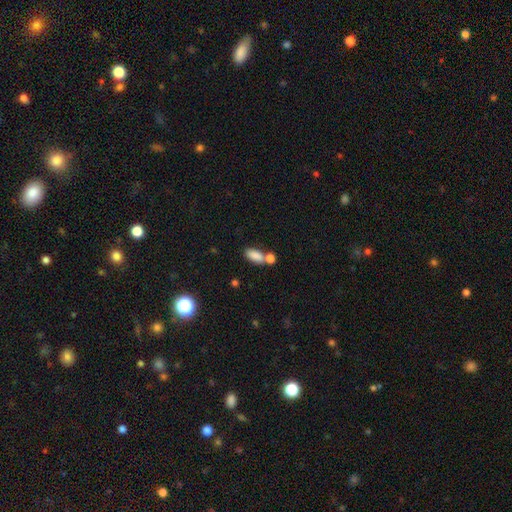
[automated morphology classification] This appears to be a smooth galaxy with no disk features (84%) that is in between round and cigar-shaped (87%). Merging: none (45%).